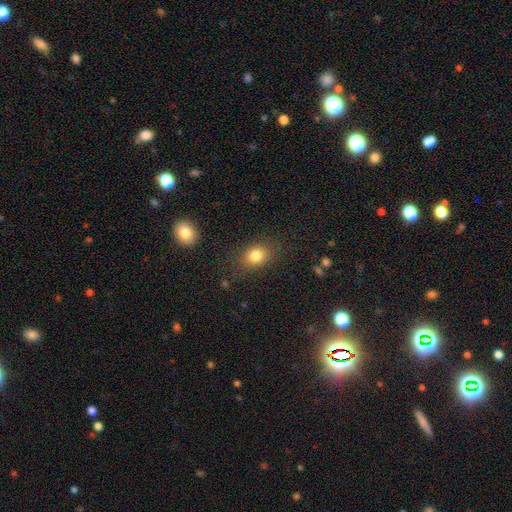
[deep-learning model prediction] Overall: smooth (81%). How rounded: in between (55%; round 44%). Merging: none (81%).